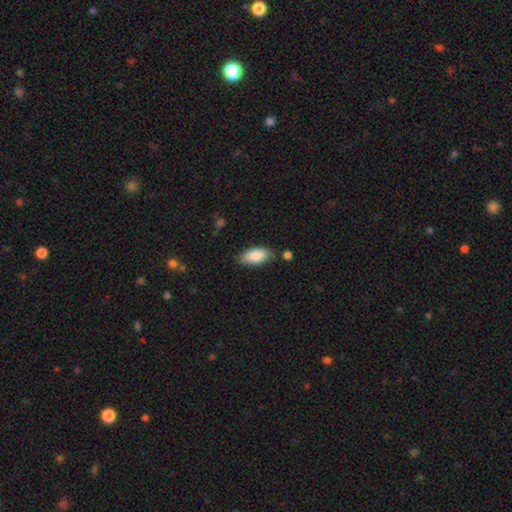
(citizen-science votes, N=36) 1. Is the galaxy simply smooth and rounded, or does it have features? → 92% smooth, 6% featured or disk, 3% star or artifact.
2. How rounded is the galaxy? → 91% in between, 6% cigar-shaped, 3% round.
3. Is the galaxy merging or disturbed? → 86% none, 14% minor disturbance, 0% major disturbance, 0% merger.